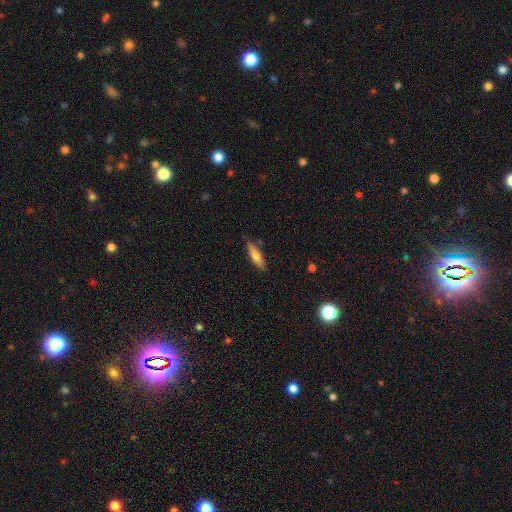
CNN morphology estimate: smooth-or-featured: smooth: 72% | featured or disk: 22% | star or artifact: 6%
  how-rounded: cigar-shaped: 66% | in between: 32% | round: 2%
  merging: none: 80% | minor disturbance: 15% | major disturbance: 3% | merger: 2%